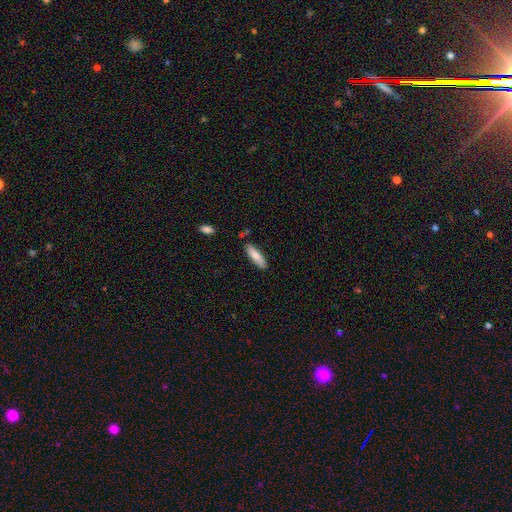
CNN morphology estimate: smooth_or_featured: smooth (p=0.82) [alt: featured or disk p=0.12]
how_rounded: cigar-shaped (p=0.56) [alt: in between p=0.42]
merging: none (p=0.81) [alt: minor disturbance p=0.13]